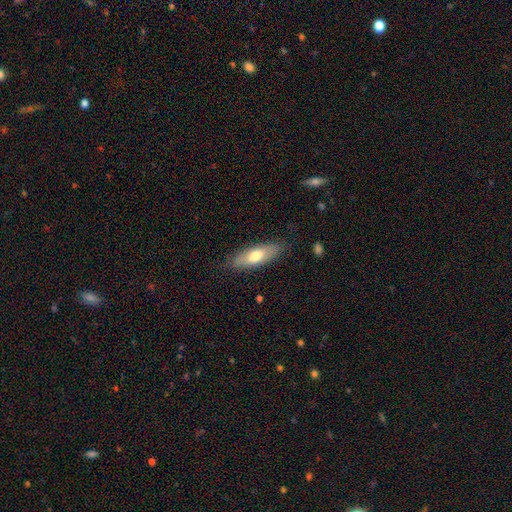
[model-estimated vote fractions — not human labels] This appears to be a smooth galaxy with no disk features (67%) that is in between round and cigar-shaped (64%). Merging: none (80%).